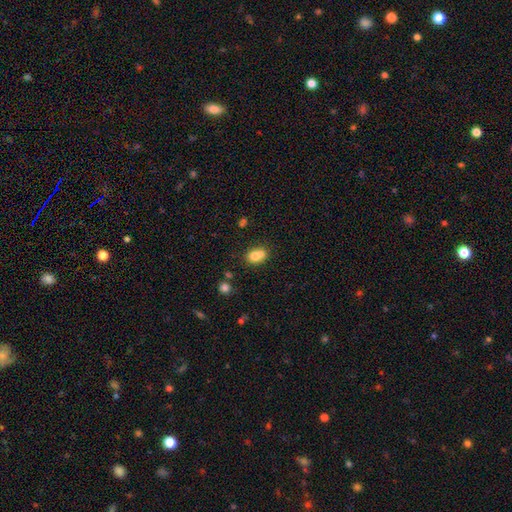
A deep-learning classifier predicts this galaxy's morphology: smooth-or-featured: smooth: 74% | featured or disk: 16% | star or artifact: 11%
  how-rounded: round: 52% | in between: 46% | cigar-shaped: 1%
  merging: merger: 55% | none: 33% | minor disturbance: 9% | major disturbance: 3%